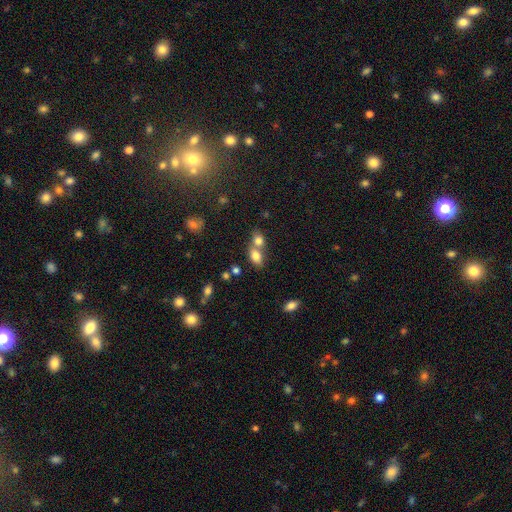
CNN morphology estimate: Smooth or featured? smooth (79%)
How rounded? in between (76%)
Merging? merger (60%)